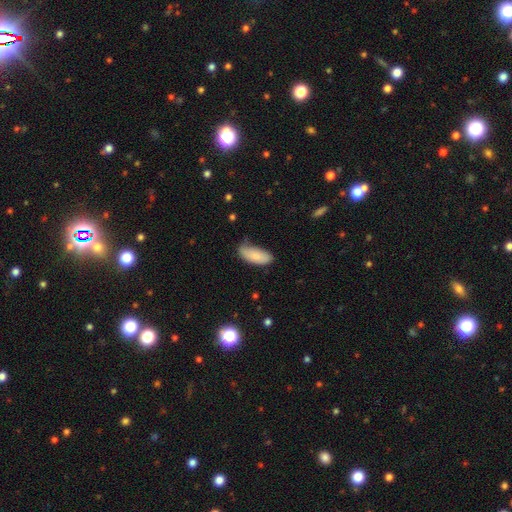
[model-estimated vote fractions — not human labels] smooth 85%, featured or disk 8%, star or artifact 6%. Down the decision tree: how rounded — in between (86%); merging — none (58%).